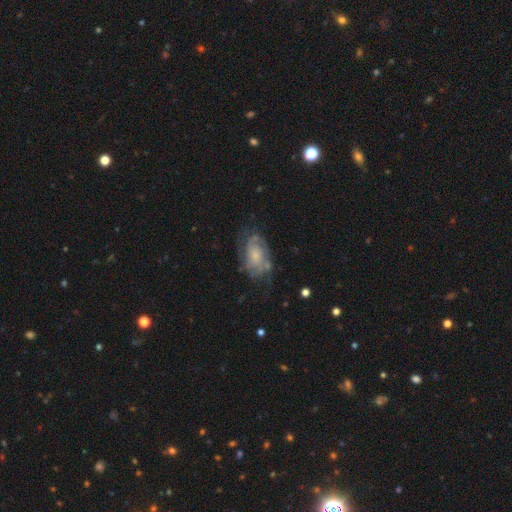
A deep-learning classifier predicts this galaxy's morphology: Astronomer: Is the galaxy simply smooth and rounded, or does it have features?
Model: featured or disk — 71%.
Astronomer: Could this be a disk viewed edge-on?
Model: no — 96%.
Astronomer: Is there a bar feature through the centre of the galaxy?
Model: no — 73%.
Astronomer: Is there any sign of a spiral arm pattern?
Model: yes — 86%.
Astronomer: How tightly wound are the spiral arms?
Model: tight — 50% (runner-up: medium, 36%).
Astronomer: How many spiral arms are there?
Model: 2 — 40% (runner-up: can't tell, 37%).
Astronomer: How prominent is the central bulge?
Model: small — 49% (runner-up: moderate, 32%).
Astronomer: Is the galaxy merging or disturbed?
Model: none — 60%.